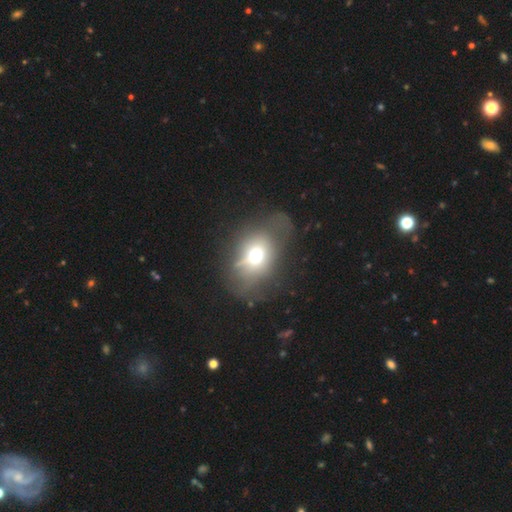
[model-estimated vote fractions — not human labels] Smooth or featured? Predicted: smooth (p=0.56). How rounded? Predicted: in between (p=0.54). Merging? Predicted: none (p=0.39).